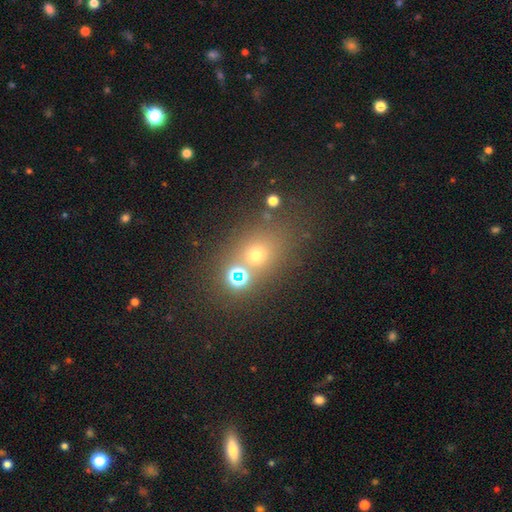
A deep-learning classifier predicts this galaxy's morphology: smooth_or_featured: smooth (p=0.53) [alt: star or artifact p=0.35]
how_rounded: round (p=0.68) [alt: in between p=0.31]
merging: none (p=0.63) [alt: merger p=0.20]